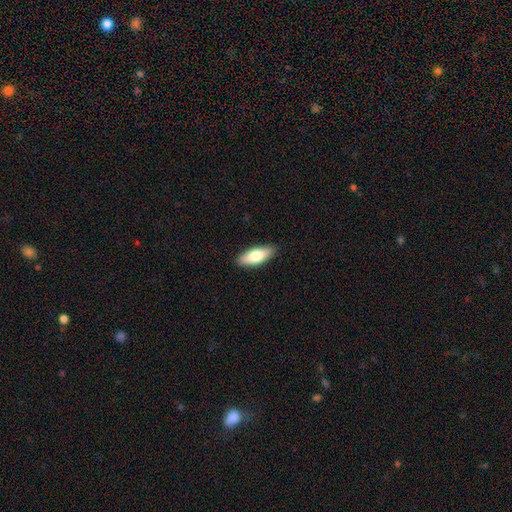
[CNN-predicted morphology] smooth_or_featured: smooth (p=0.76) [alt: featured or disk p=0.18]
how_rounded: in between (p=0.74) [alt: cigar-shaped p=0.24]
merging: none (p=0.89) [alt: minor disturbance p=0.08]